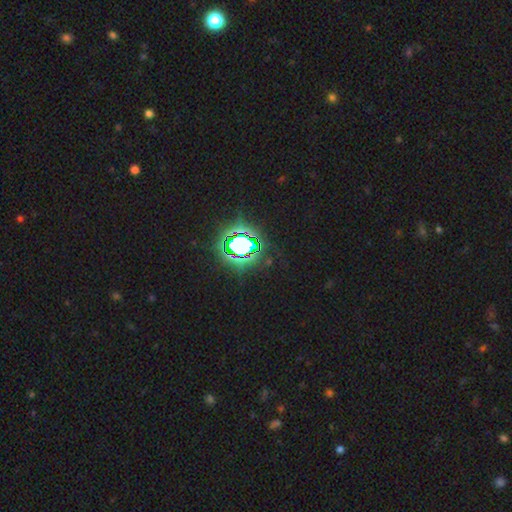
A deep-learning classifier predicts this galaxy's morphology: Smooth or featured? Predicted: star or artifact (p=0.82).